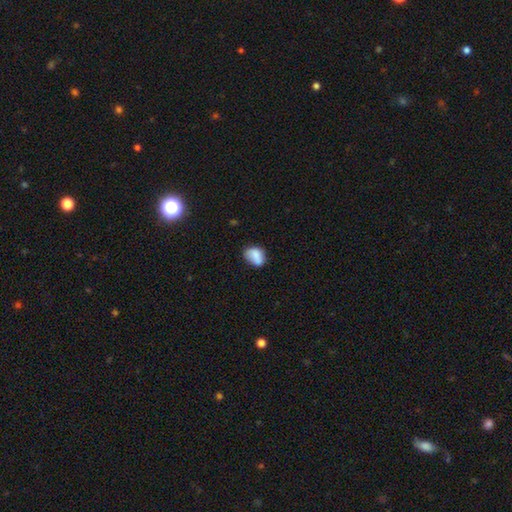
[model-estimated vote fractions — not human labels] This is likely a smooth galaxy (78%). How rounded: likely in between (64%). Merging: possibly none (50%).